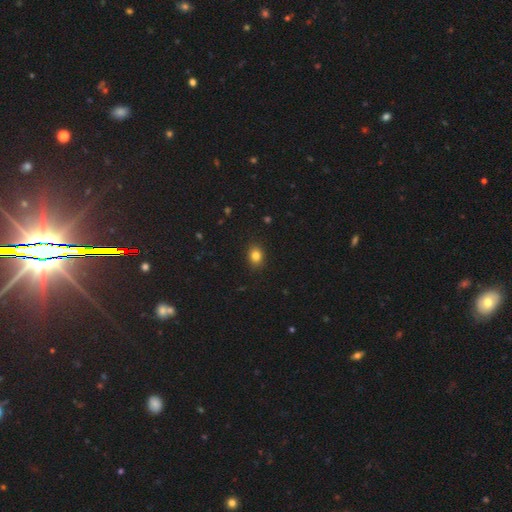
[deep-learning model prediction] smooth 83%, star or artifact 12%, featured or disk 6%. Down the decision tree: how rounded — round (51%); merging — none (89%).